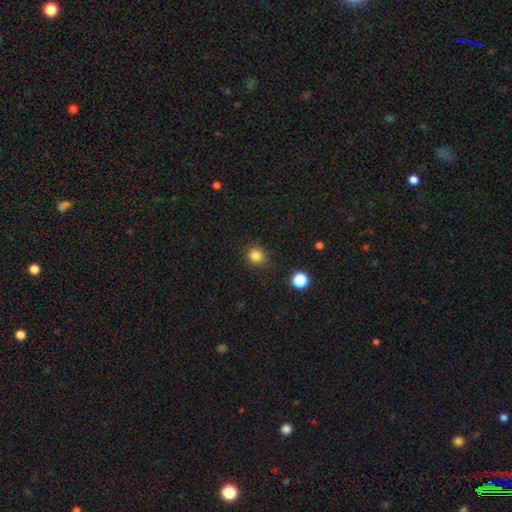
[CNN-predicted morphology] Q: Smooth or featured?
A: smooth (84%); runner-up: star or artifact (12%)
Q: How rounded?
A: round (91%); runner-up: in between (8%)
Q: Merging?
A: none (87%); runner-up: minor disturbance (8%)